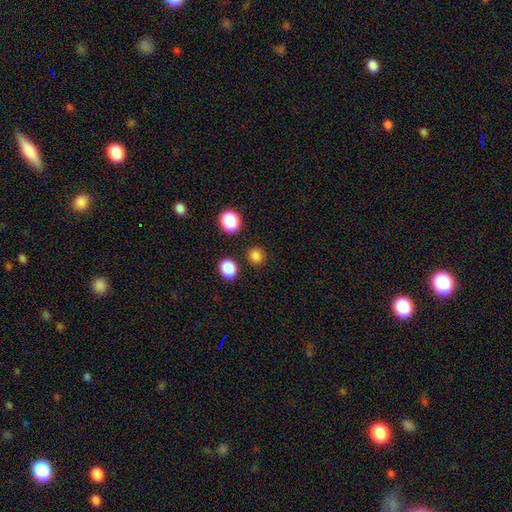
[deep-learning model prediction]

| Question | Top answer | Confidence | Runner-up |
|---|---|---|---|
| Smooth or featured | smooth | 82% | star or artifact (14%) |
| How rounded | round | 83% | in between (16%) |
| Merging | none | 85% | minor disturbance (8%) |